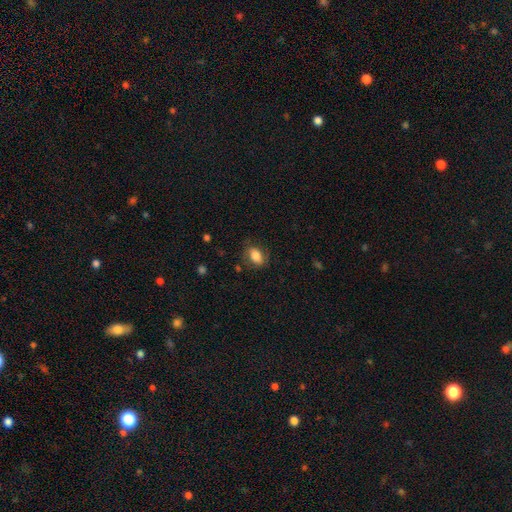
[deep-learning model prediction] Morphology: type=smooth (79%); roundness=in between (81%); merging=none (72%).